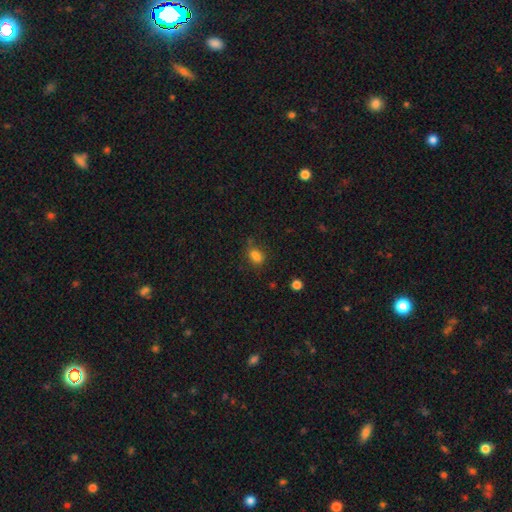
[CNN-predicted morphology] Smooth or featured? smooth (79%)
How rounded? in between (73%)
Merging? none (60%)